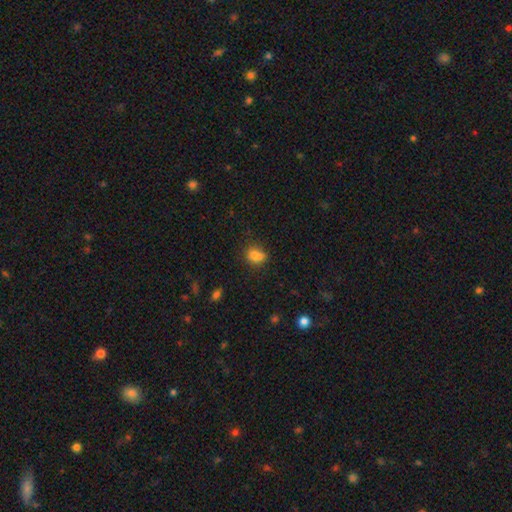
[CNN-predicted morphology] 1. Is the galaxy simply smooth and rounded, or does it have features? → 78% smooth, 12% star or artifact, 9% featured or disk.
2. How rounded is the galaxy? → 60% in between, 37% round, 3% cigar-shaped.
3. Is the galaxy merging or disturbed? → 52% none, 21% merger, 20% minor disturbance, 7% major disturbance.